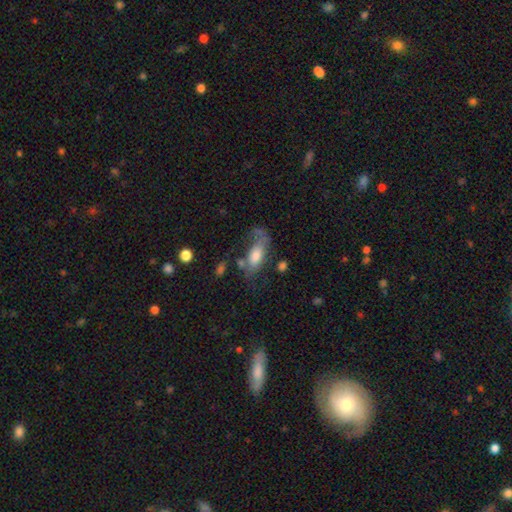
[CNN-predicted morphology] Q: Smooth or featured?
A: smooth (59%); runner-up: featured or disk (33%)
Q: How rounded?
A: in between (85%); runner-up: cigar-shaped (11%)
Q: Merging?
A: none (37%); runner-up: major disturbance (27%)